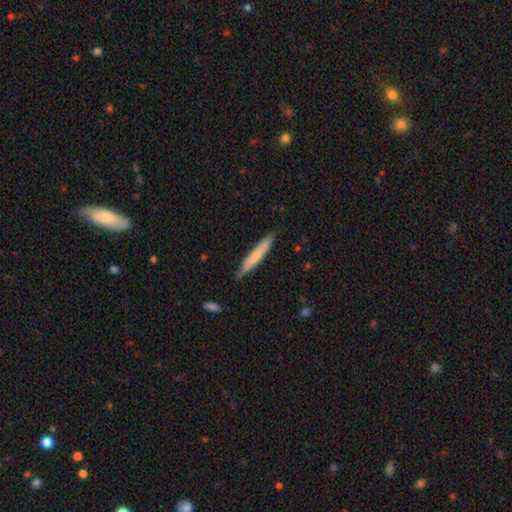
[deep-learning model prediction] A smooth galaxy with no disk features (67%) that is cigar-shaped (94%). Merging: none (85%).